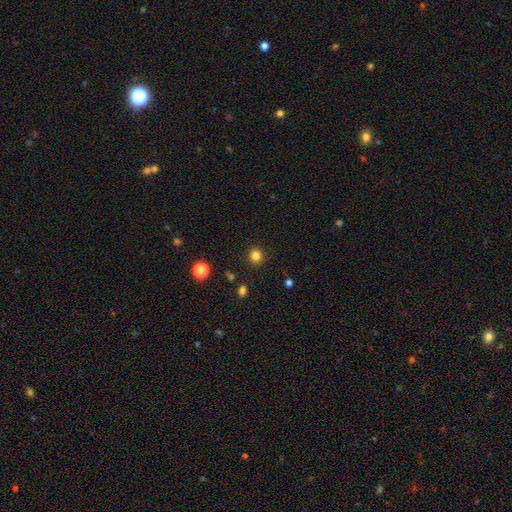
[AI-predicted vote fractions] smooth-or-featured: smooth: 82% | star or artifact: 13% | featured or disk: 4%
  how-rounded: round: 92% | in between: 7% | cigar-shaped: 1%
  merging: none: 91% | minor disturbance: 5% | major disturbance: 2% | merger: 1%